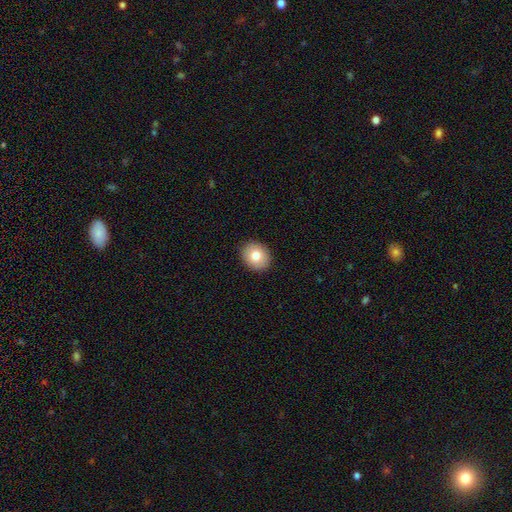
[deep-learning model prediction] This appears to be a smooth galaxy with no disk features (80%) that is round (62%). Merging: none (91%).